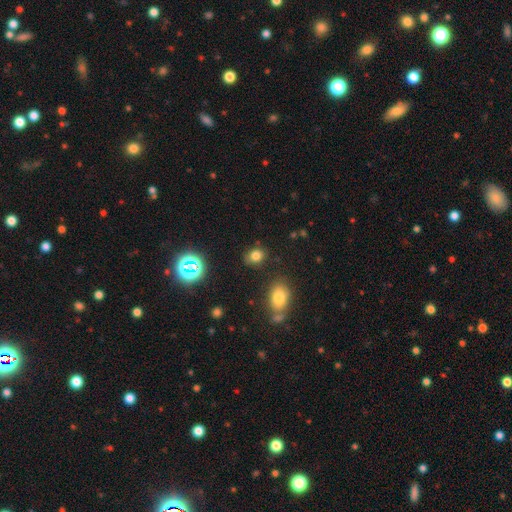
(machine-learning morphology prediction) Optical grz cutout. It shows a smooth galaxy with no disk features (75%) that is in between round and cigar-shaped (58%). Merging: none (78%).